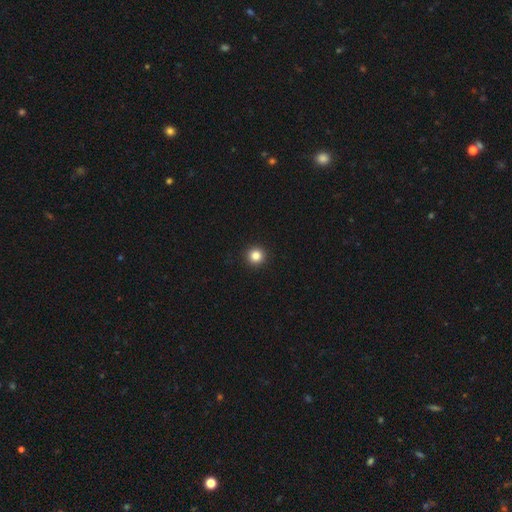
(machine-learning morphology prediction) A smooth galaxy with no disk features (85%) that is round (96%).

Vote fractions:
- Smooth or featured? smooth: 85% / star or artifact: 11% / featured or disk: 4%
- How rounded? round: 96% / in between: 3% / cigar-shaped: 1%
- Merging? none: 94% / minor disturbance: 4% / major disturbance: 1% / merger: 1%